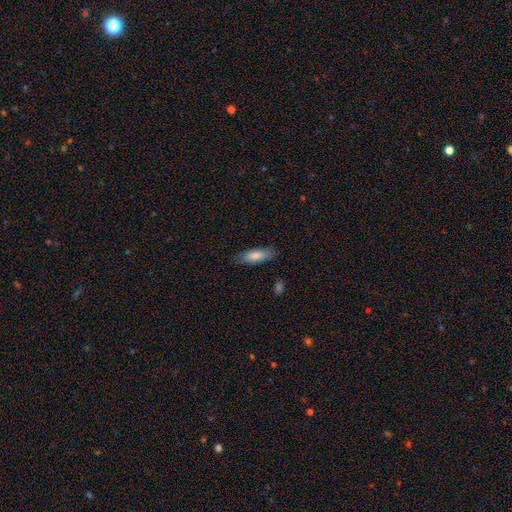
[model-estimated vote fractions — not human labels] A smooth galaxy with no disk features (80%) that is in between round and cigar-shaped (55%). Merging: none (82%).